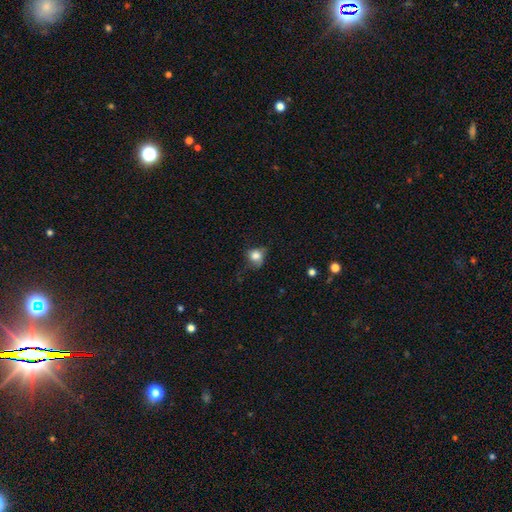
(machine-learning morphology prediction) Smooth or featured? smooth (76%)
How rounded? round (64%)
Merging? none (44%)